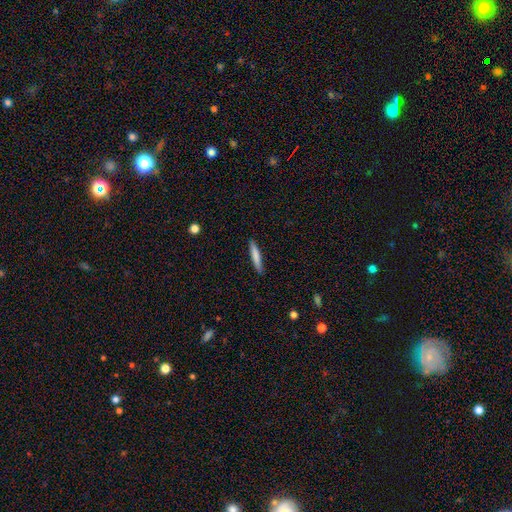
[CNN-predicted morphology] smooth 78%, featured or disk 17%, star or artifact 6%. Down the decision tree: how rounded — cigar-shaped (94%); merging — none (90%).